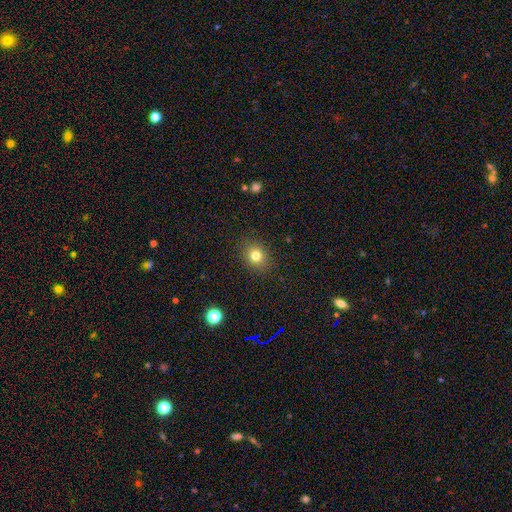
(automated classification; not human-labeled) Smooth or featured?
  - smooth: 80% *
  - star or artifact: 13%
  - featured or disk: 7%
How rounded?
  - round: 70% *
  - in between: 29%
  - cigar-shaped: 1%
Merging?
  - none: 89% *
  - minor disturbance: 8%
  - major disturbance: 3%
  - merger: 1%